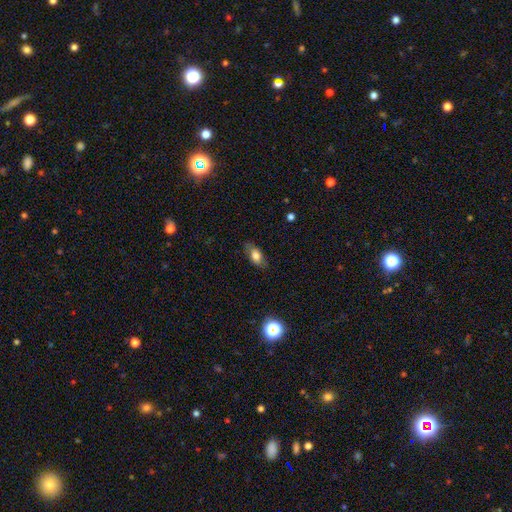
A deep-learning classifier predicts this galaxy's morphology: A smooth galaxy with no disk features (73%) that is in between round and cigar-shaped (86%). Merging: none (77%).